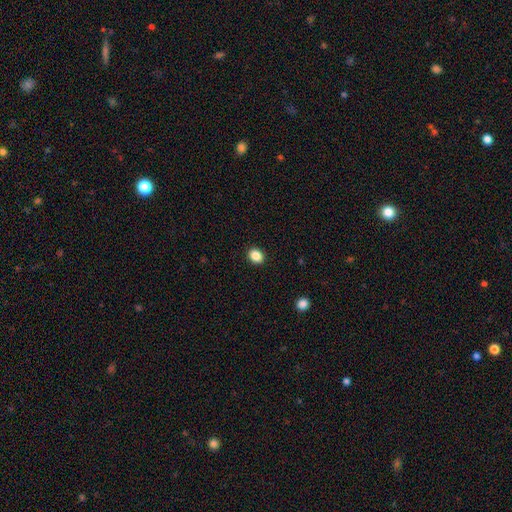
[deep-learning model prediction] Q: Smooth or featured?
A: smooth (87%); runner-up: star or artifact (10%)
Q: How rounded?
A: round (58%); runner-up: in between (41%)
Q: Merging?
A: none (92%); runner-up: minor disturbance (6%)